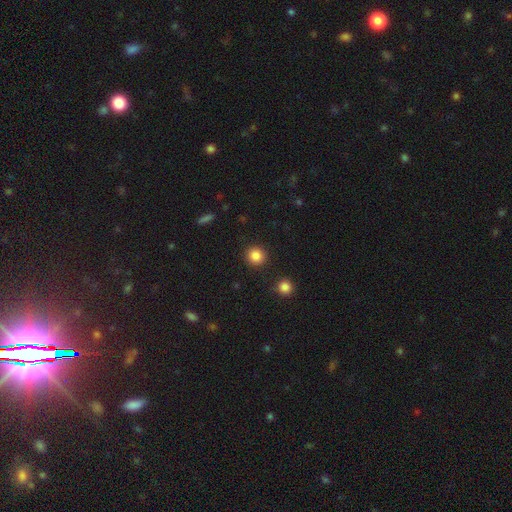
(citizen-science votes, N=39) Smooth or featured? 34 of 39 (87%) said smooth. How rounded? 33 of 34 (97%) said round. Merging? 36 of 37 (97%) said none.